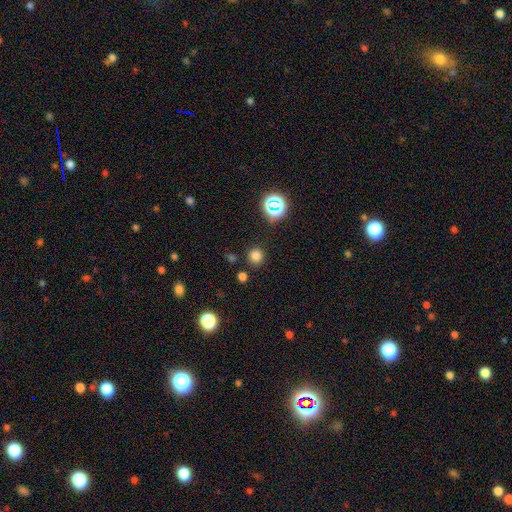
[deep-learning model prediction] Smooth or featured: smooth — 76% (star or artifact — 20%)
How rounded: round — 91% (in between — 8%)
Merging: none — 87% (minor disturbance — 7%)